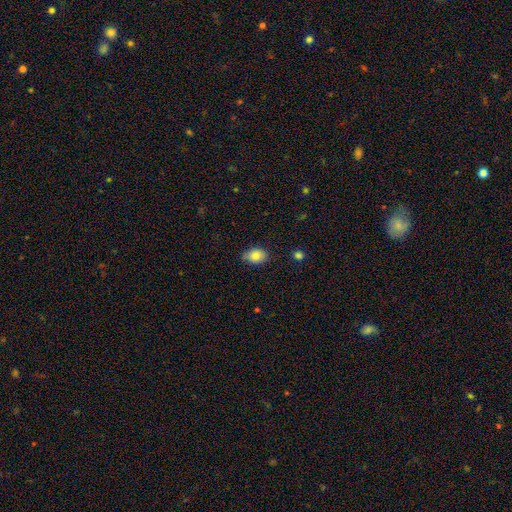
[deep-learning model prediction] Smooth or featured? Predicted: smooth (p=0.81). How rounded? Predicted: in between (p=0.80). Merging? Predicted: none (p=0.75).